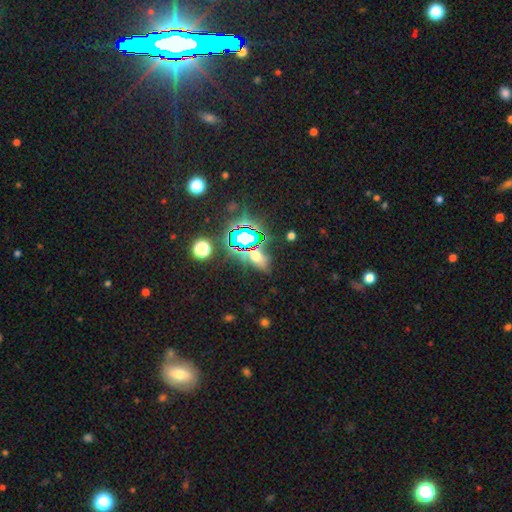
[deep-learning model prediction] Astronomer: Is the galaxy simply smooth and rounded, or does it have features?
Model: star or artifact — 48% (runner-up: smooth, 40%).